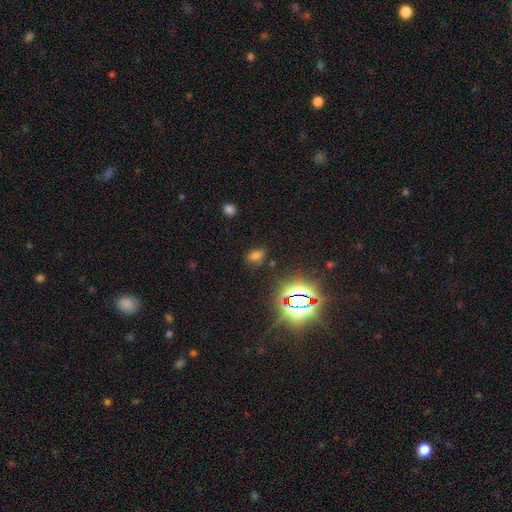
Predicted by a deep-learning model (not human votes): Smooth or featured: smooth — 58% (star or artifact — 33%)
How rounded: in between — 83% (round — 14%)
Merging: none — 73% (minor disturbance — 17%)